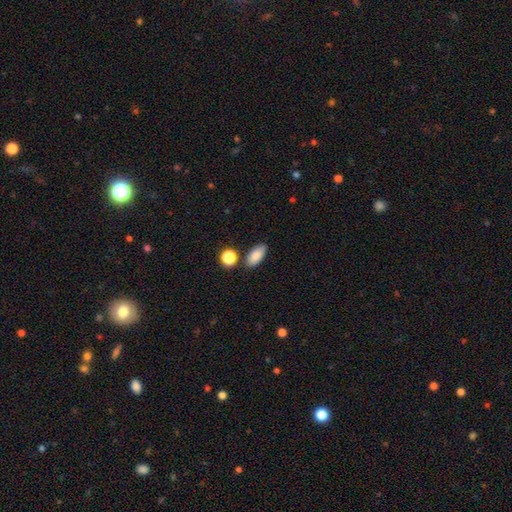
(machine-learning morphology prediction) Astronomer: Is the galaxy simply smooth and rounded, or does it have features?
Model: smooth — 86%.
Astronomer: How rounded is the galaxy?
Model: in between — 88%.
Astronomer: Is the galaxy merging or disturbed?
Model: none — 80%.